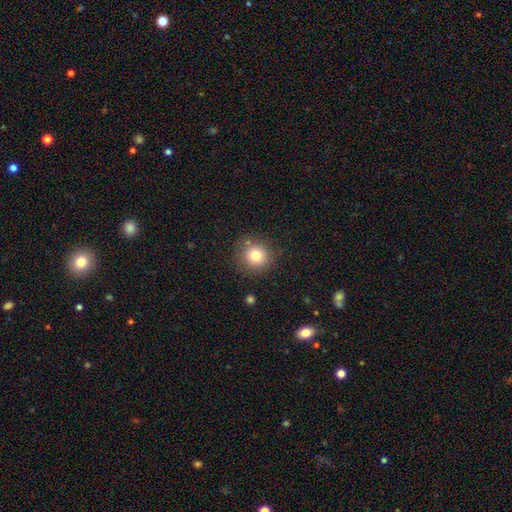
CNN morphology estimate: The model was most divided on "smooth or featured": smooth: 78%, star or artifact: 12%, featured or disk: 9%. More confident: how rounded — round (94%); merging — none (85%).